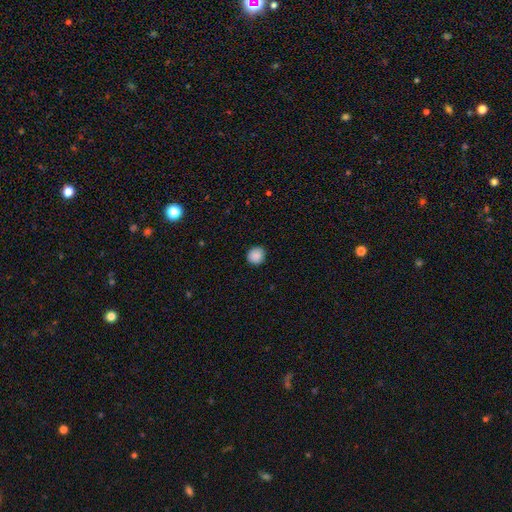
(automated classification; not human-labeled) smooth_or_featured: smooth (p=0.89) [alt: star or artifact p=0.09]
how_rounded: round (p=0.89) [alt: in between p=0.10]
merging: none (p=0.91) [alt: minor disturbance p=0.06]